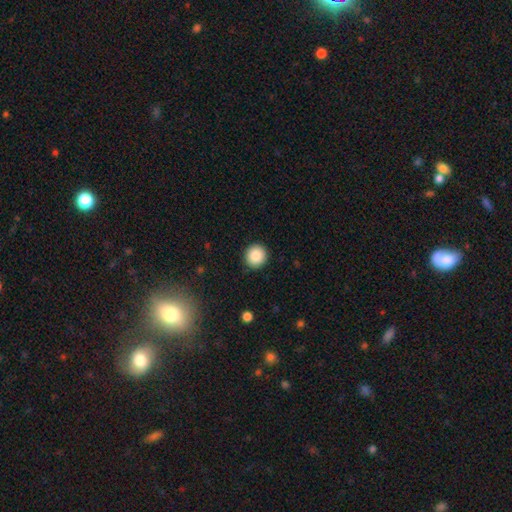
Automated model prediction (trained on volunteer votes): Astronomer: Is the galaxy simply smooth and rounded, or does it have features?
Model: smooth — 87%.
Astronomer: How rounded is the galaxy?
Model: round — 93%.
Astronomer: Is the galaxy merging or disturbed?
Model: none — 91%.